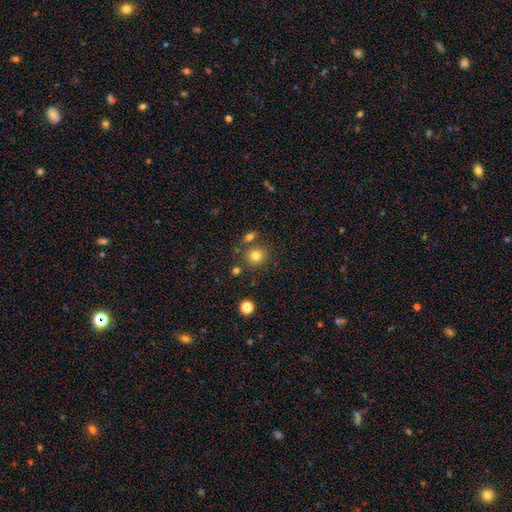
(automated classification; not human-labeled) smooth-or-featured: smooth: 79% | star or artifact: 13% | featured or disk: 8%
  how-rounded: round: 83% | in between: 16% | cigar-shaped: 1%
  merging: none: 73% | merger: 12% | minor disturbance: 10% | major disturbance: 4%